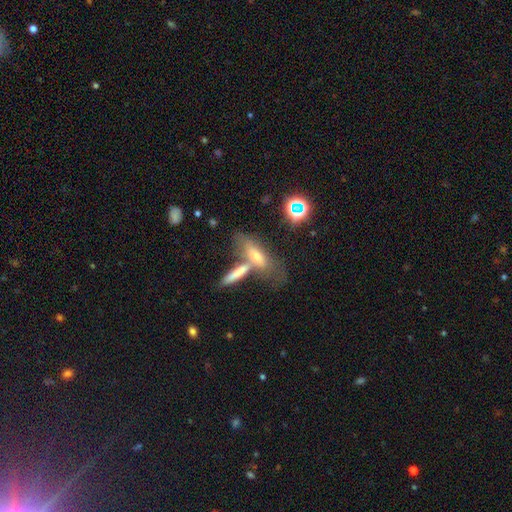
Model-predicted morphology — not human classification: This appears to be a smooth galaxy with no disk features (53%) that is cigar-shaped (50%). Merging: merger (43%).